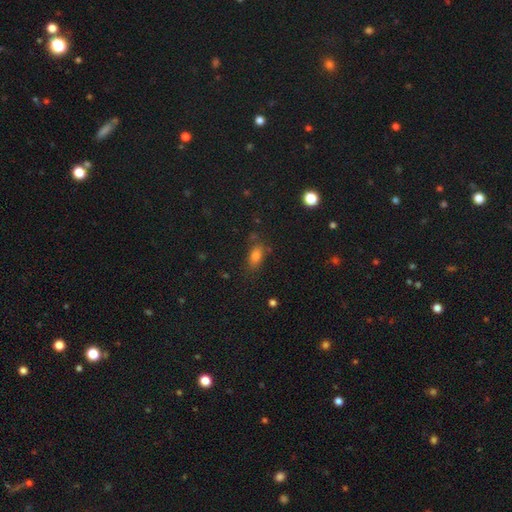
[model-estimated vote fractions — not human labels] smooth-or-featured: smooth: 79% | star or artifact: 13% | featured or disk: 8%
  how-rounded: in between: 83% | round: 10% | cigar-shaped: 7%
  merging: none: 73% | minor disturbance: 17% | major disturbance: 6% | merger: 4%